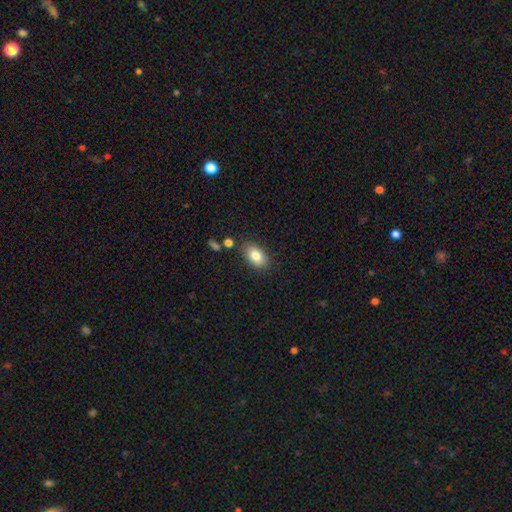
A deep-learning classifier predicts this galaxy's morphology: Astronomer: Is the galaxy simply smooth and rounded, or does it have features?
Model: smooth — 81%.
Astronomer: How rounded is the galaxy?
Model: in between — 88%.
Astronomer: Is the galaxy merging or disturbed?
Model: none — 82%.